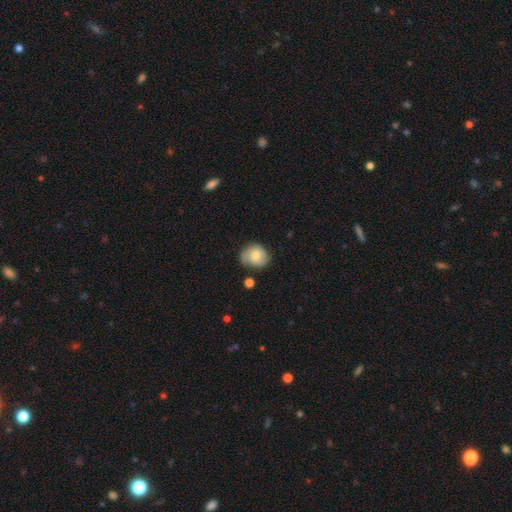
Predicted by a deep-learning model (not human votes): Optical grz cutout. It shows a smooth galaxy with no disk features (63%) that is round (63%). Merging: none (57%).